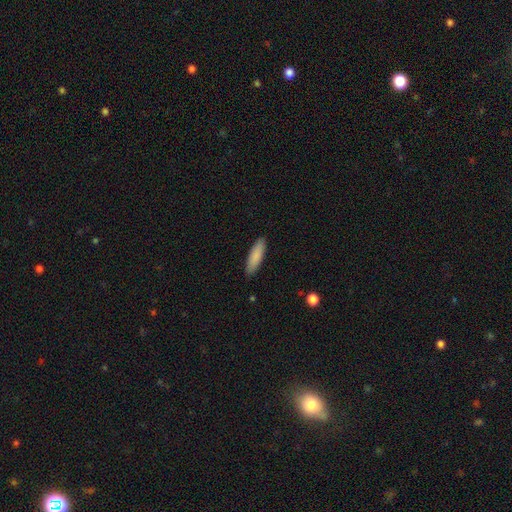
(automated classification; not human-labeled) Overall: smooth (86%). How rounded: cigar-shaped (60%; in between 39%). Merging: none (89%).